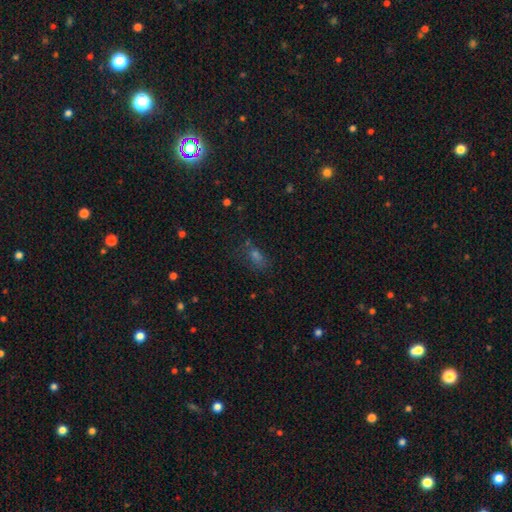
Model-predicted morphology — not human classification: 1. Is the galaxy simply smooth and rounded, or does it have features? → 58% smooth, 30% star or artifact, 12% featured or disk.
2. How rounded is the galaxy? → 73% in between, 18% round, 9% cigar-shaped.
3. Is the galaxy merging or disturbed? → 60% none, 20% minor disturbance, 12% major disturbance, 8% merger.